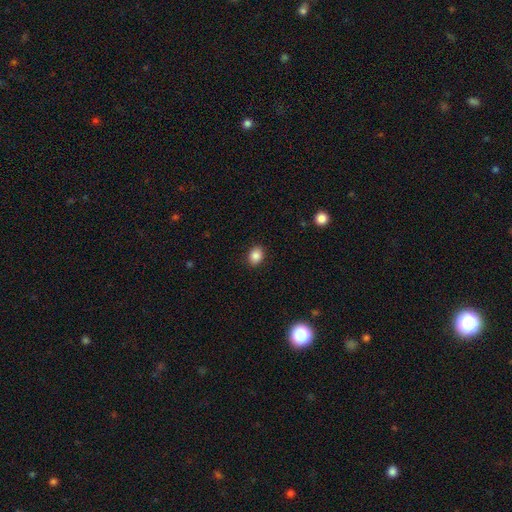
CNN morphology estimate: Smooth or featured? Predicted: smooth (p=0.87). How rounded? Predicted: in between (p=0.59). Merging? Predicted: none (p=0.89).